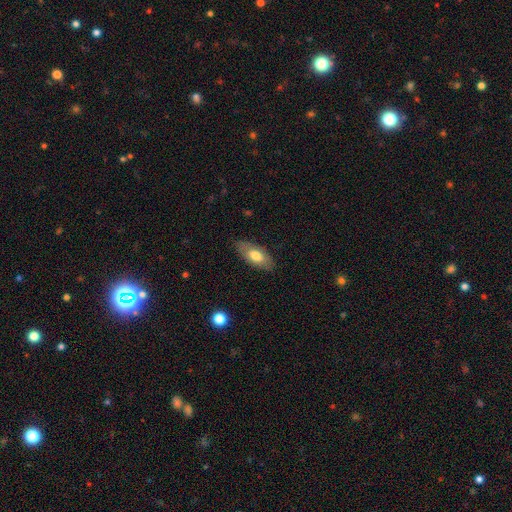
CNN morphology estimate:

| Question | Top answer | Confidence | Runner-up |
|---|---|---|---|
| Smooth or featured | smooth | 70% | featured or disk (24%) |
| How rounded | in between | 87% | cigar-shaped (10%) |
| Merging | none | 83% | minor disturbance (13%) |